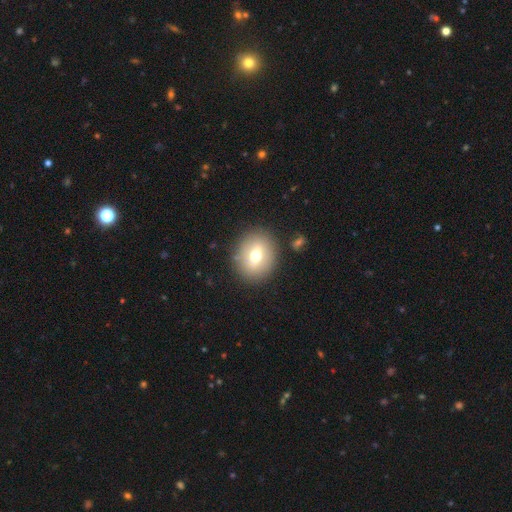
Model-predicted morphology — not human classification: The model was most divided on "smooth or featured": smooth: 62%, featured or disk: 27%, star or artifact: 11%. More confident: merging — none (86%); how rounded — round (68%).